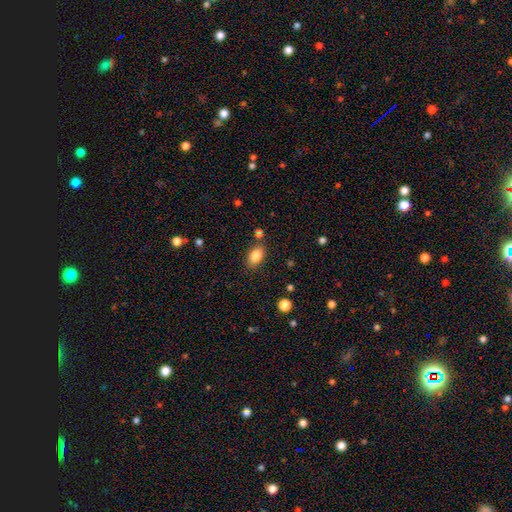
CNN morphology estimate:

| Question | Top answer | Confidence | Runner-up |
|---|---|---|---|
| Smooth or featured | smooth | 84% | star or artifact (9%) |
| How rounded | in between | 87% | round (11%) |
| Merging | none | 79% | minor disturbance (12%) |